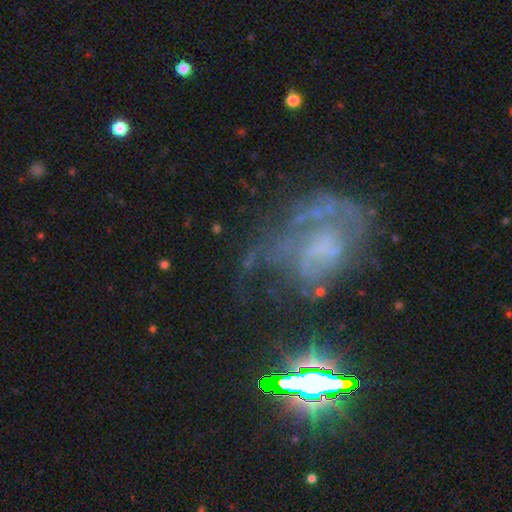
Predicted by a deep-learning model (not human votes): Q: Smooth or featured?
A: featured or disk (64%); runner-up: star or artifact (20%)
Q: Edge-on disk?
A: no (96%); runner-up: yes (4%)
Q: Bar?
A: no (73%); runner-up: weak (21%)
Q: Spiral arms?
A: yes (59%); runner-up: no (41%)
Q: Bulge size?
A: none (58%); runner-up: small (19%)
Q: Merging?
A: major disturbance (38%); runner-up: none (36%)